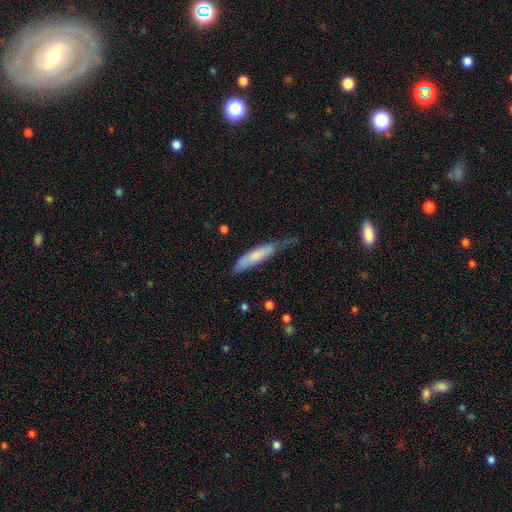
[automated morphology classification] A smooth galaxy with no disk features (68%) that is cigar-shaped (77%). Merging: minor disturbance (41%).